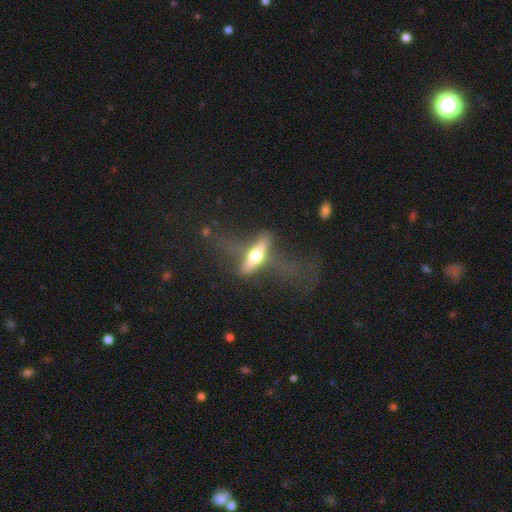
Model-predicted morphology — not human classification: A featured or disk galaxy (58%) viewed edge-on (82%). Merging: none (46%).